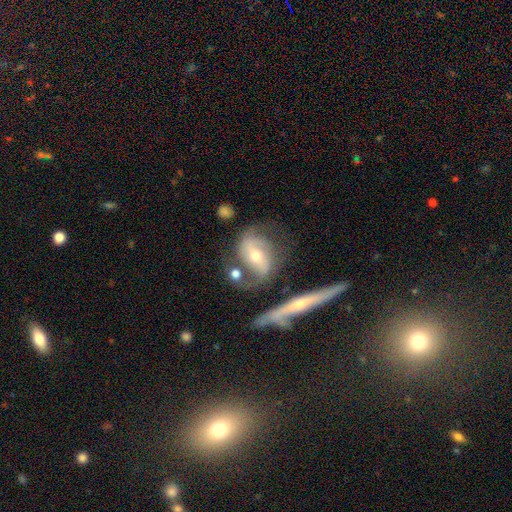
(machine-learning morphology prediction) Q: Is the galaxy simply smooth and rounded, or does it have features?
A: featured or disk — 76%.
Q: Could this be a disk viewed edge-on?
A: no — 89%.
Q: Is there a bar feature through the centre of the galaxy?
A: strong — 34%, tied with weak.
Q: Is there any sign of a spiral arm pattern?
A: yes — 87%.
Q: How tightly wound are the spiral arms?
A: medium — 43%.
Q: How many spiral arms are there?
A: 2 — 84%.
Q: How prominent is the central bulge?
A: moderate — 63%.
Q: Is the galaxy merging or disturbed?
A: none — 54%.